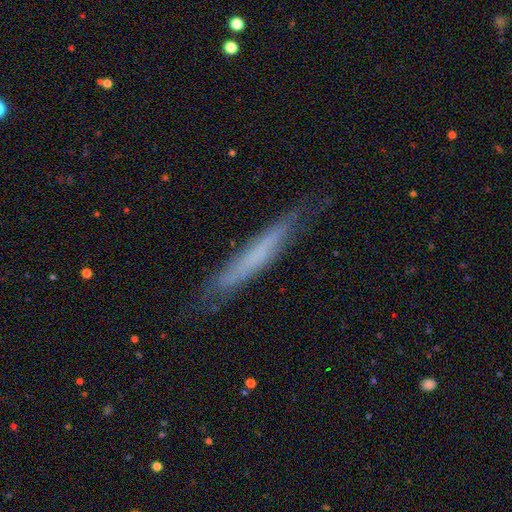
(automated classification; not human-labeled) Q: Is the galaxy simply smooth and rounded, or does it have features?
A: smooth — 46%.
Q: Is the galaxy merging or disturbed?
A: none — 75%.